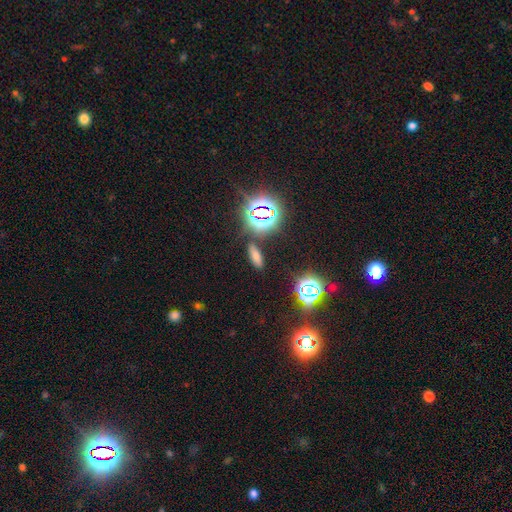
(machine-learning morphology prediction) This appears to be a smooth galaxy with no disk features (59%) that is in between round and cigar-shaped (63%). Merging: none (85%).